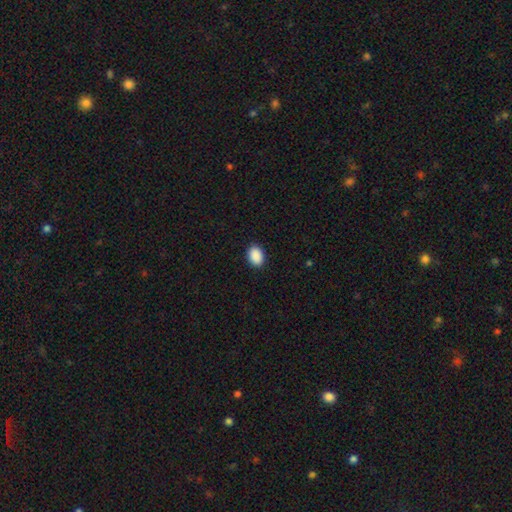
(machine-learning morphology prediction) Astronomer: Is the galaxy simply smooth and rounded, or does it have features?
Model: smooth — 91%.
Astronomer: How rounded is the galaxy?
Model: in between — 77%.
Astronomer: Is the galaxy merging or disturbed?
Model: none — 91%.